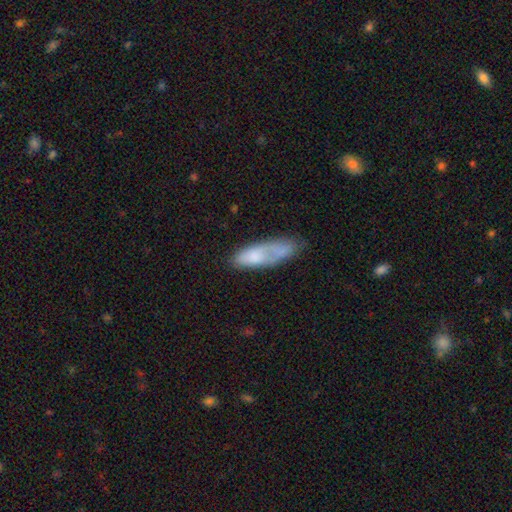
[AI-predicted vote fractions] Smooth or featured: smooth — 72% (featured or disk — 22%)
How rounded: in between — 57% (cigar-shaped — 41%)
Merging: none — 44% (minor disturbance — 29%)